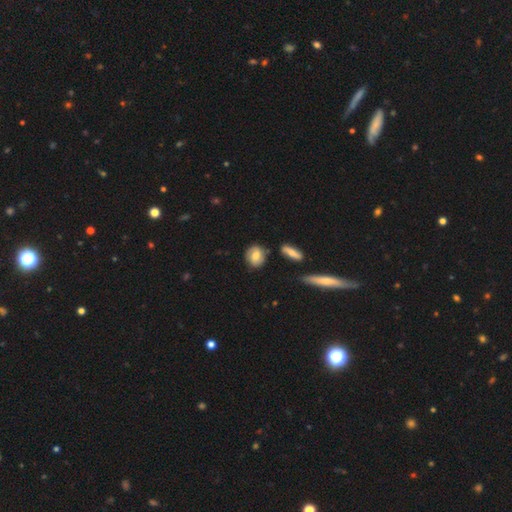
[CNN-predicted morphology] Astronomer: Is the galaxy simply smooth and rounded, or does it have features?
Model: smooth — 62%.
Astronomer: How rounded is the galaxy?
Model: round — 59% (runner-up: in between, 38%).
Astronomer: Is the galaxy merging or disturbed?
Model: none — 76%.